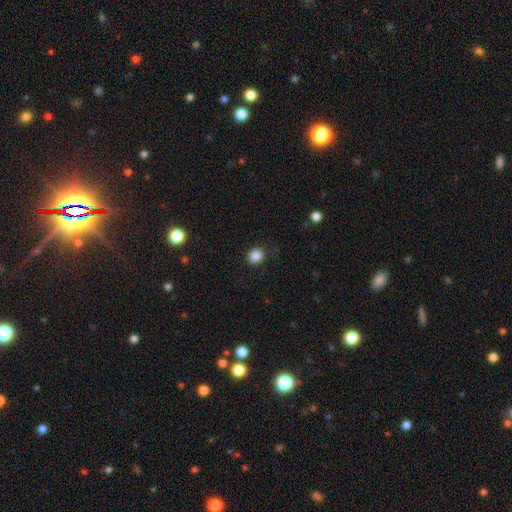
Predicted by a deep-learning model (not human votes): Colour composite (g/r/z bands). It shows a smooth galaxy with no disk features (86%) that is round (66%). Merging: none (85%).